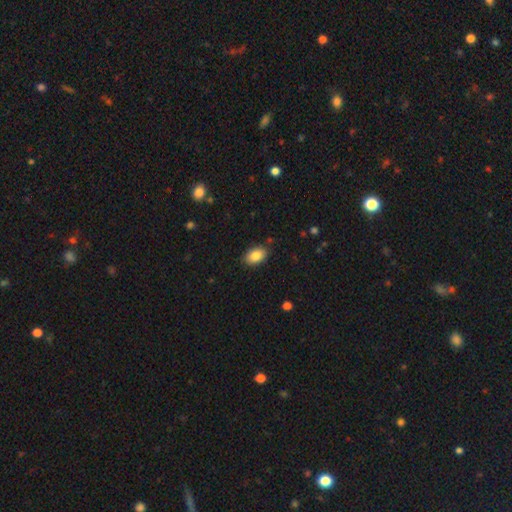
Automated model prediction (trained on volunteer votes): A smooth galaxy with no disk features (85%) that is in between round and cigar-shaped (89%).

Vote fractions:
- Smooth or featured? smooth: 85% / star or artifact: 8% / featured or disk: 7%
- How rounded? in between: 89% / round: 10% / cigar-shaped: 1%
- Merging? none: 86% / minor disturbance: 10% / major disturbance: 2% / merger: 1%